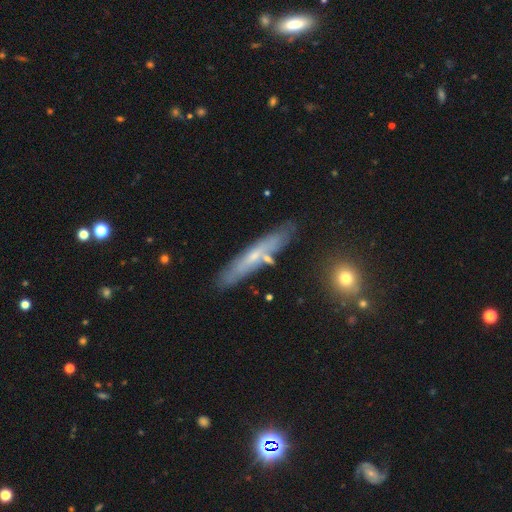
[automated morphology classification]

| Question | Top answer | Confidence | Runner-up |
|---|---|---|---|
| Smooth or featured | featured or disk | 56% | smooth (36%) |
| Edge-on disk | yes | 72% | no (28%) |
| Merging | none | 81% | minor disturbance (12%) |